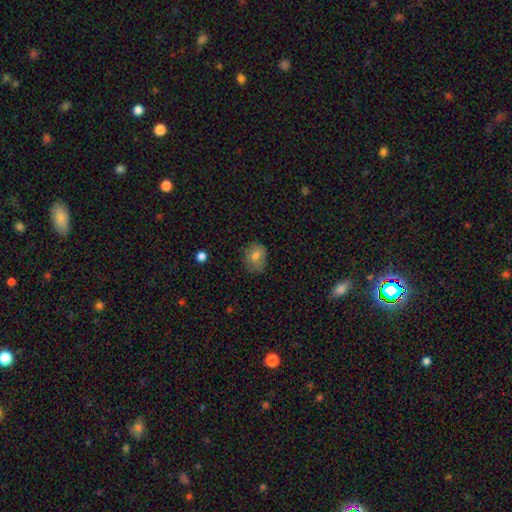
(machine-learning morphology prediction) A smooth galaxy with no disk features (75%) that is round (60%).

Vote fractions:
- Smooth or featured? smooth: 75% / featured or disk: 15% / star or artifact: 10%
- How rounded? round: 60% / in between: 39% / cigar-shaped: 1%
- Merging? none: 72% / minor disturbance: 22% / major disturbance: 5% / merger: 1%